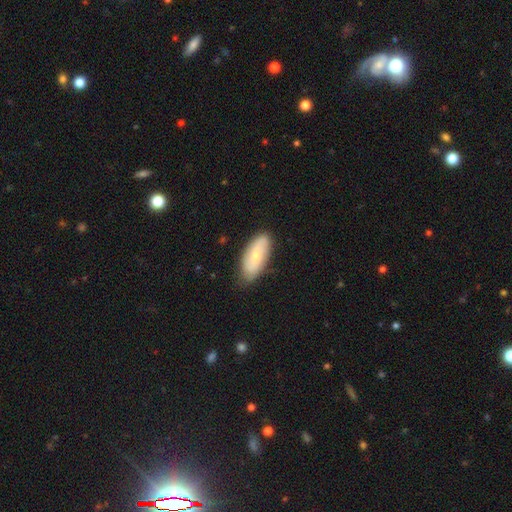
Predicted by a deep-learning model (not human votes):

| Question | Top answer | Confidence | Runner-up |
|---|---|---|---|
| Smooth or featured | smooth | 55% | featured or disk (39%) |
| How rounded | in between | 85% | cigar-shaped (12%) |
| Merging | none | 80% | minor disturbance (16%) |